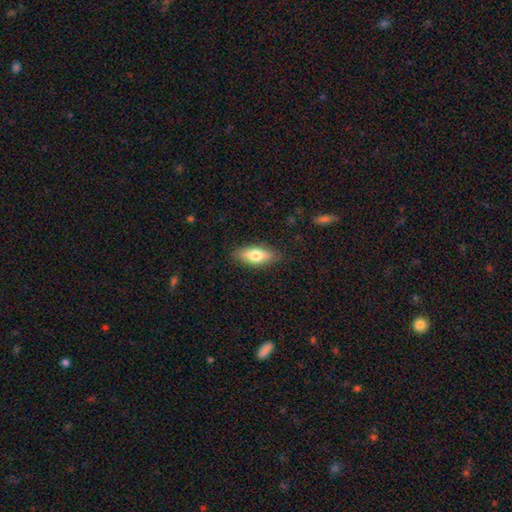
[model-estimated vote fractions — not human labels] smooth_or_featured: smooth (p=0.71) [alt: featured or disk p=0.22]
how_rounded: in between (p=0.73) [alt: cigar-shaped p=0.24]
merging: none (p=0.86) [alt: minor disturbance p=0.11]